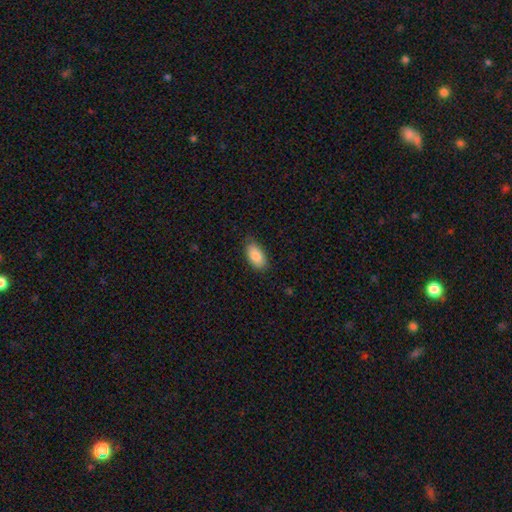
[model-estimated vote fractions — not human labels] This is clearly a smooth galaxy (88%). How rounded: clearly in between (93%). Merging: clearly none (83%).